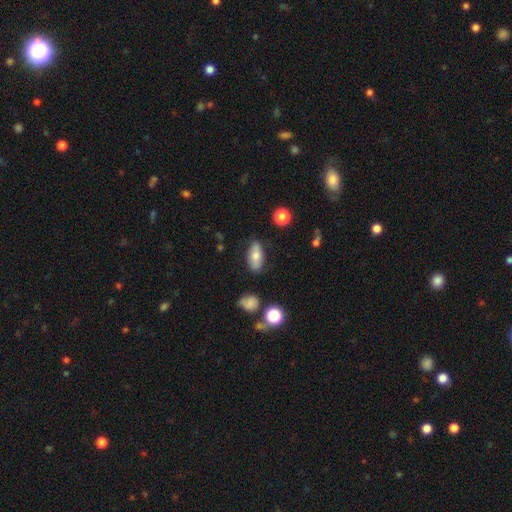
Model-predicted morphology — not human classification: smooth_or_featured: smooth (p=0.70) [alt: featured or disk p=0.22]
how_rounded: in between (p=0.89) [alt: cigar-shaped p=0.06]
merging: none (p=0.78) [alt: minor disturbance p=0.16]